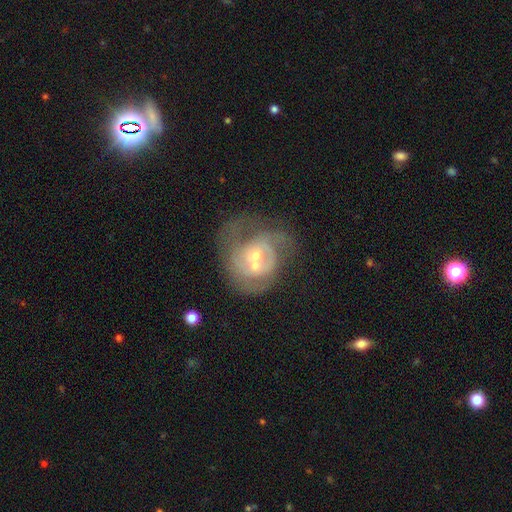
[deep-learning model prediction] Smooth or featured? featured or disk (72%)
Edge-on disk? no (97%)
Bar? no (68%)
Spiral arms? yes (71%)
Spiral winding? tight (42%)
Spiral arm count? 2 (38%)
Bulge size? small (51%)
Merging? merger (47%)